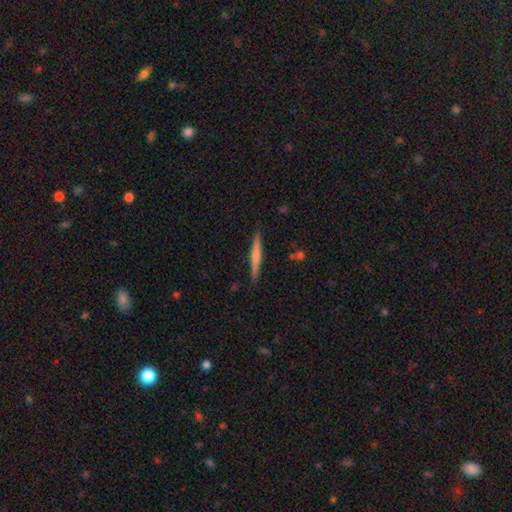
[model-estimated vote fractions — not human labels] The model was most divided on "smooth or featured": smooth: 53%, featured or disk: 41%, star or artifact: 6%. More confident: how rounded — cigar-shaped (95%); merging — none (89%).